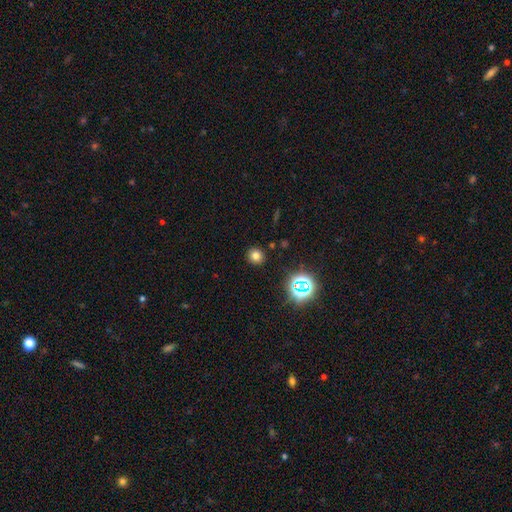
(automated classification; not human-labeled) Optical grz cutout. It shows a smooth galaxy with no disk features (72%) that is round (87%). Merging: none (90%).